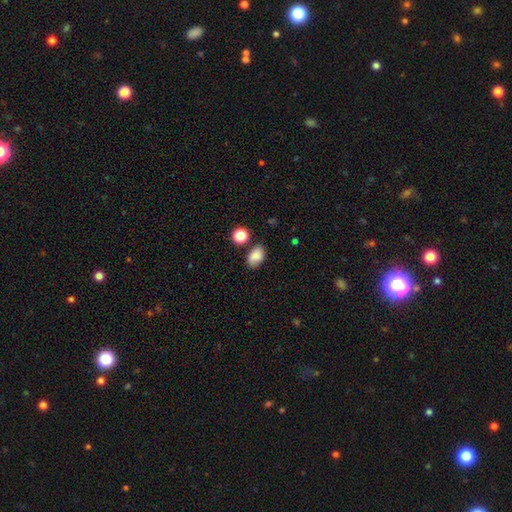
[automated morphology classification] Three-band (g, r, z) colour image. It shows a smooth galaxy with no disk features (83%) that is in between round and cigar-shaped (83%). Merging: none (74%).